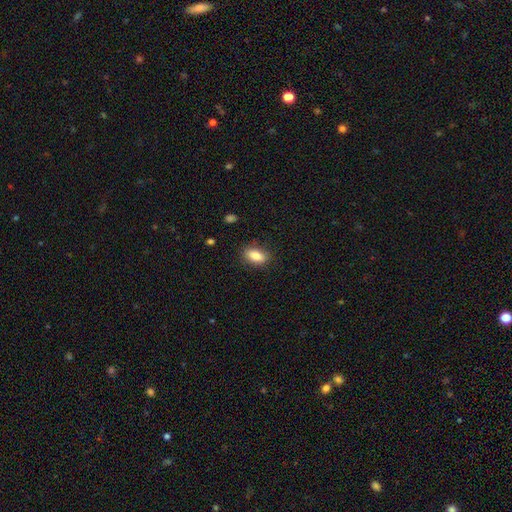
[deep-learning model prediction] Smooth or featured: smooth — 83% (featured or disk — 9%)
How rounded: in between — 86% (cigar-shaped — 8%)
Merging: none — 85% (minor disturbance — 11%)